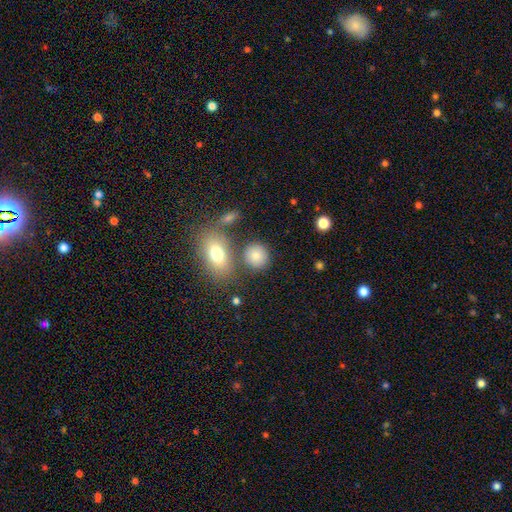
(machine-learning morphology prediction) smooth 82%, star or artifact 10%, featured or disk 8%. Down the decision tree: how rounded — round (76%); merging — none (73%).